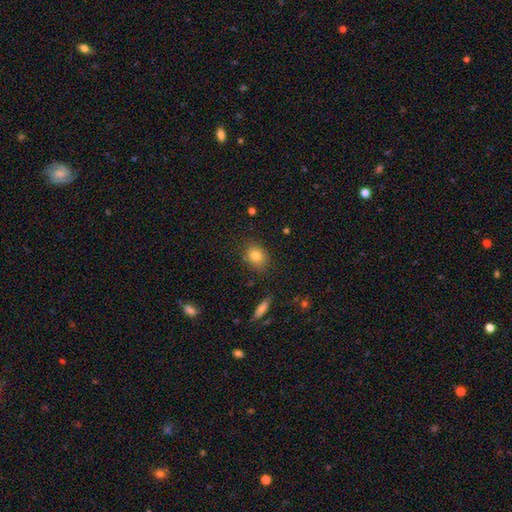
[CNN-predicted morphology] This appears to be a smooth galaxy with no disk features (80%) that is in between round and cigar-shaped (50%). Merging: none (82%).